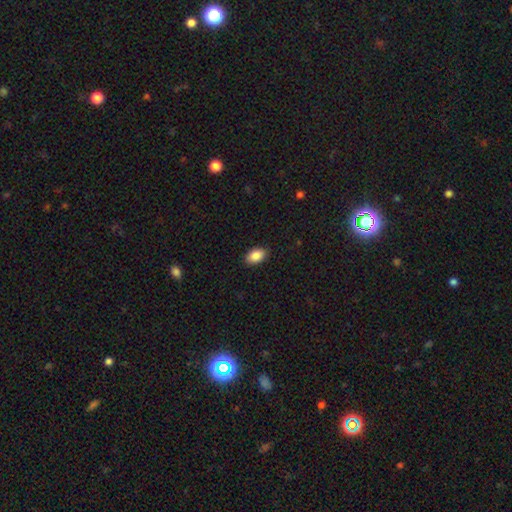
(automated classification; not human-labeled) Smooth or featured?
  - smooth: 89% *
  - star or artifact: 7%
  - featured or disk: 4%
How rounded?
  - in between: 89% *
  - round: 10%
  - cigar-shaped: 1%
Merging?
  - none: 88% *
  - minor disturbance: 9%
  - major disturbance: 2%
  - merger: 1%